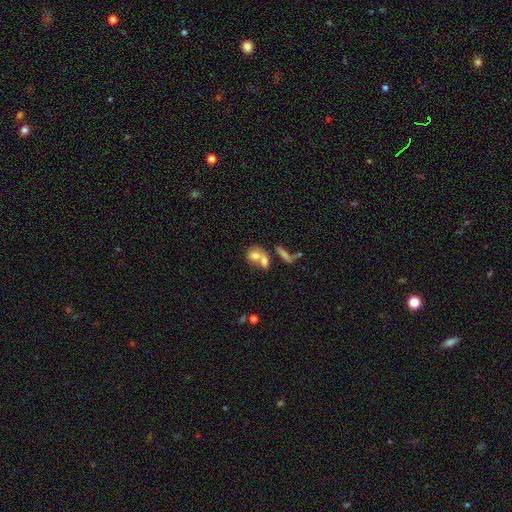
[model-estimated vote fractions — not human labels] A smooth galaxy with no disk features (70%) that is round (50%). Merging: merger (57%).